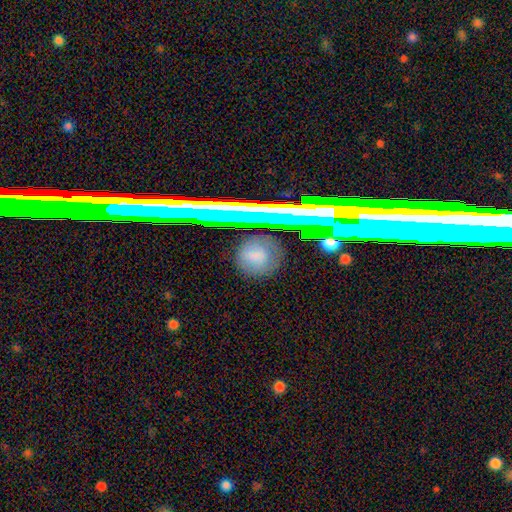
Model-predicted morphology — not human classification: smooth_or_featured: smooth (p=0.69) [alt: star or artifact p=0.19]
how_rounded: round (p=0.73) [alt: in between p=0.25]
merging: none (p=0.80) [alt: minor disturbance p=0.13]